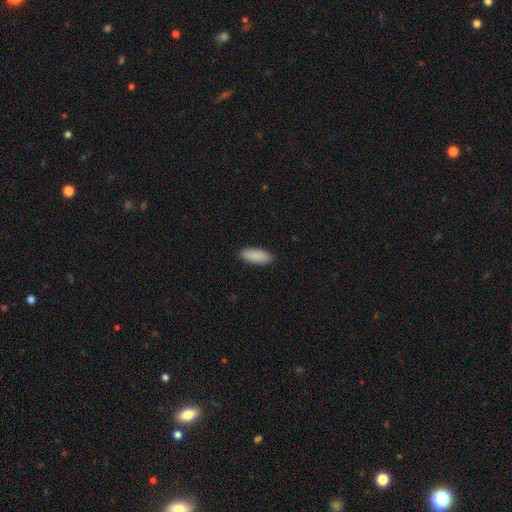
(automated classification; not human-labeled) smooth_or_featured: smooth (p=0.90) [alt: star or artifact p=0.06]
how_rounded: in between (p=0.79) [alt: cigar-shaped p=0.20]
merging: none (p=0.90) [alt: minor disturbance p=0.07]